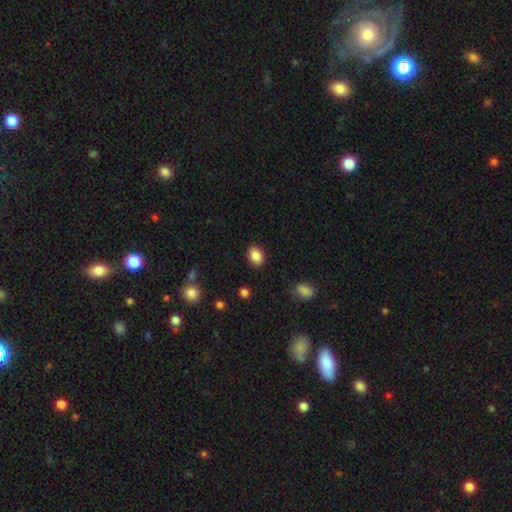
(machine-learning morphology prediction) A smooth galaxy with no disk features (87%) that is in between round and cigar-shaped (72%).

Vote fractions:
- Smooth or featured? smooth: 87% / star or artifact: 9% / featured or disk: 4%
- How rounded? in between: 72% / round: 27% / cigar-shaped: 1%
- Merging? none: 88% / minor disturbance: 8% / major disturbance: 2% / merger: 1%